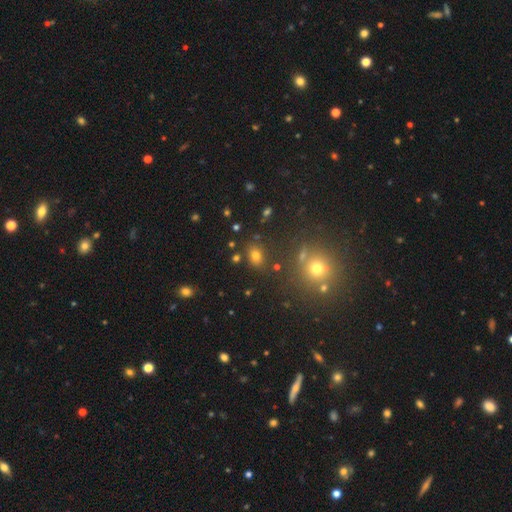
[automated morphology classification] smooth-or-featured: smooth: 70% | star or artifact: 20% | featured or disk: 9%
  how-rounded: in between: 67% | round: 31% | cigar-shaped: 2%
  merging: none: 81% | minor disturbance: 10% | merger: 5% | major disturbance: 4%